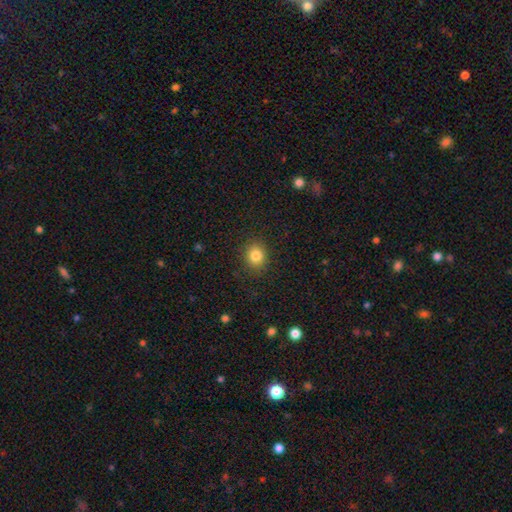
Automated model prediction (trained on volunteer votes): smooth_or_featured: smooth (p=0.83) [alt: star or artifact p=0.11]
how_rounded: round (p=0.74) [alt: in between p=0.26]
merging: none (p=0.88) [alt: minor disturbance p=0.09]